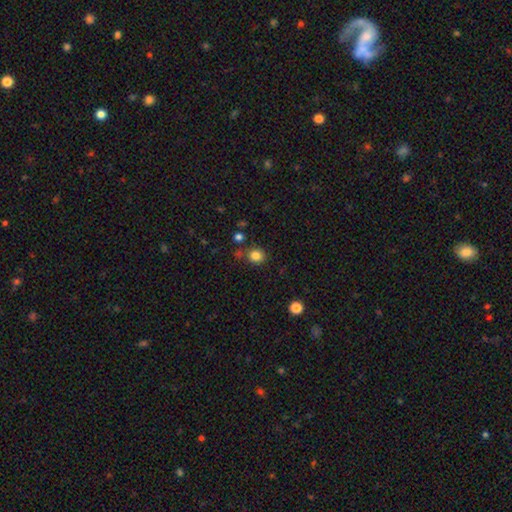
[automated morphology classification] This is clearly a smooth galaxy (83%). How rounded: clearly round (85%). Merging: likely none (79%).